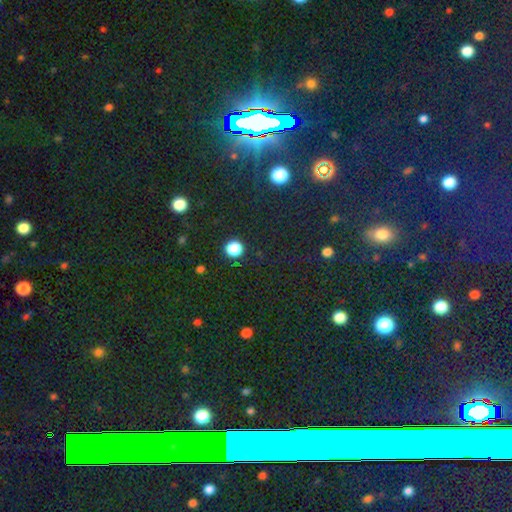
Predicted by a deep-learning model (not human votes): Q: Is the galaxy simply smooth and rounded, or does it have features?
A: star or artifact — 72%.